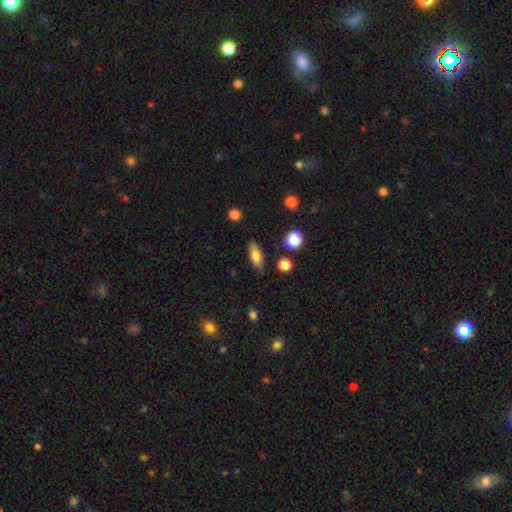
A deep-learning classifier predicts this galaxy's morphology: Smooth or featured? smooth (76%)
How rounded? in between (74%)
Merging? none (83%)